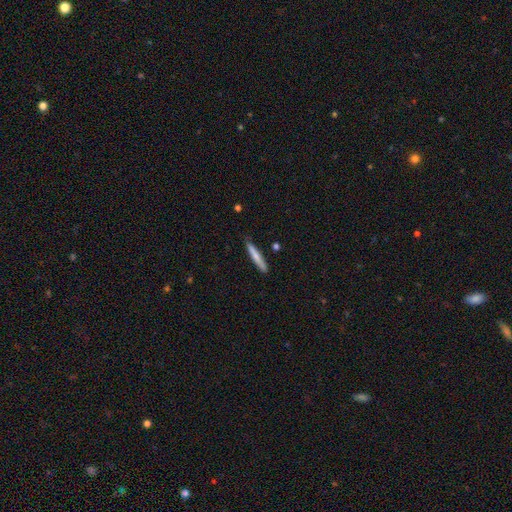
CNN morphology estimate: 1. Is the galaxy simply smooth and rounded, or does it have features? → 67% smooth, 28% featured or disk, 6% star or artifact.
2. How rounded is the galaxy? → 94% cigar-shaped, 5% in between, 1% round.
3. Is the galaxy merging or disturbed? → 86% none, 11% minor disturbance, 2% merger, 2% major disturbance.